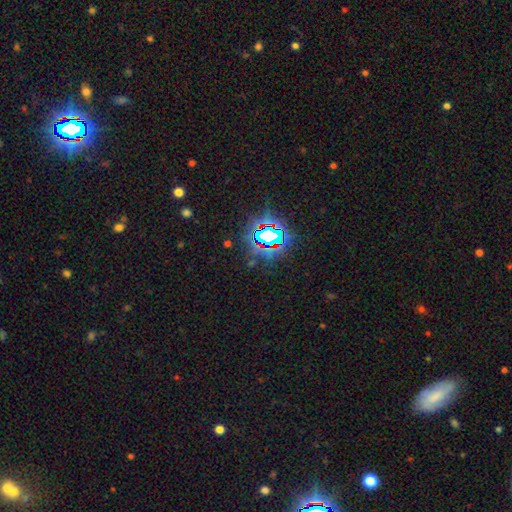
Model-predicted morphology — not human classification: Smooth or featured: star or artifact — 82% (smooth — 11%)